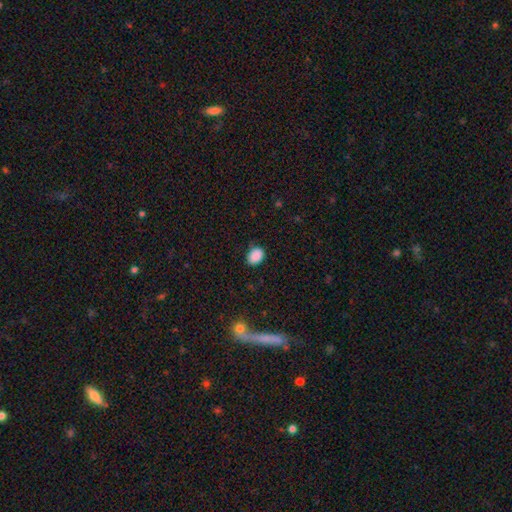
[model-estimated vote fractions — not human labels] Smooth or featured: smooth — 88% (star or artifact — 9%)
How rounded: in between — 74% (round — 25%)
Merging: none — 79% (minor disturbance — 17%)